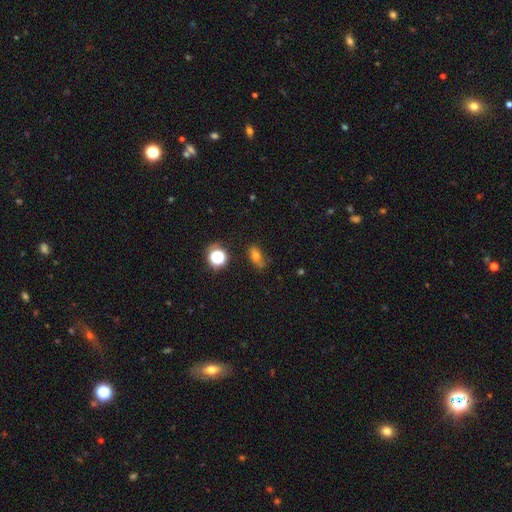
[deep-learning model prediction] A smooth galaxy with no disk features (69%) that is in between round and cigar-shaped (73%).

Vote fractions:
- Smooth or featured? smooth: 69% / star or artifact: 17% / featured or disk: 14%
- How rounded? in between: 73% / round: 16% / cigar-shaped: 11%
- Merging? none: 66% / minor disturbance: 24% / major disturbance: 7% / merger: 3%